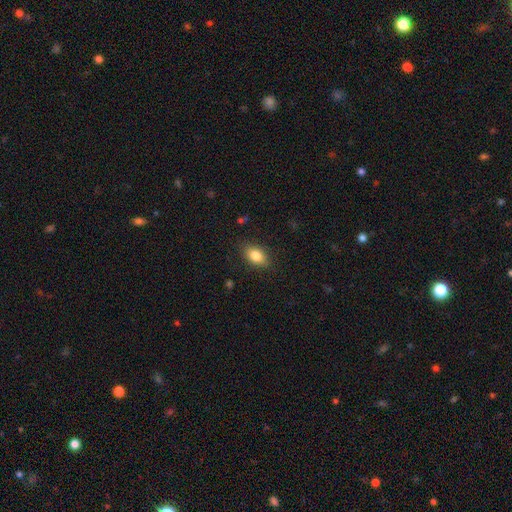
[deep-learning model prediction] Overall: smooth (83%). How rounded: in between (85%). Merging: none (85%).